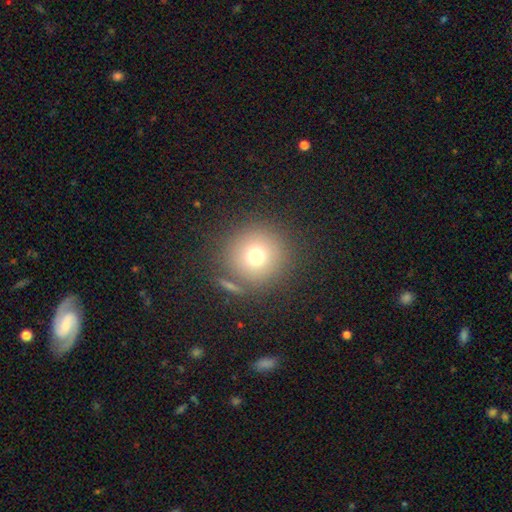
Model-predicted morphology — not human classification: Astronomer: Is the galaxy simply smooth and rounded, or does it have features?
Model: smooth — 72%.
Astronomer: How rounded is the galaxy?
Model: round — 94%.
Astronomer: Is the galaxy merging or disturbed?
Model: none — 81%.